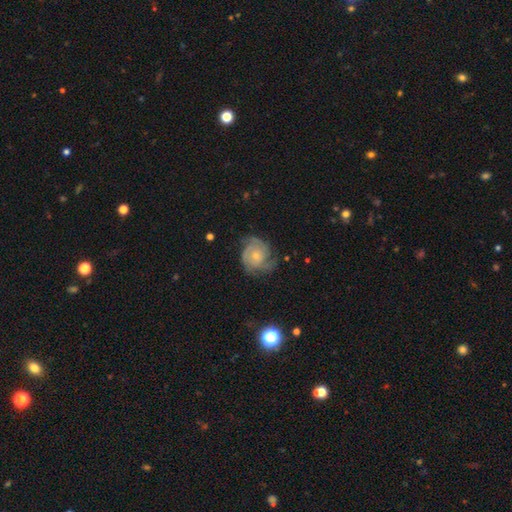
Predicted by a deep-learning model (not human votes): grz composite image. It shows a featured or disk galaxy (79%) with no bar (79%), 2 (34%) tight (54%) spiral arms (94%) and a small central bulge (63%). Merging: none (62%).